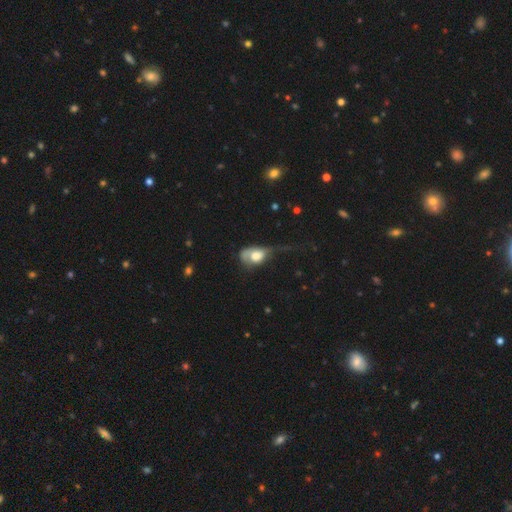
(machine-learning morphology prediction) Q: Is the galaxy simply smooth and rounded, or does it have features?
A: smooth — 59%.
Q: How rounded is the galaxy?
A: in between — 77%.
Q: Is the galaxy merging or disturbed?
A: major disturbance — 50%.